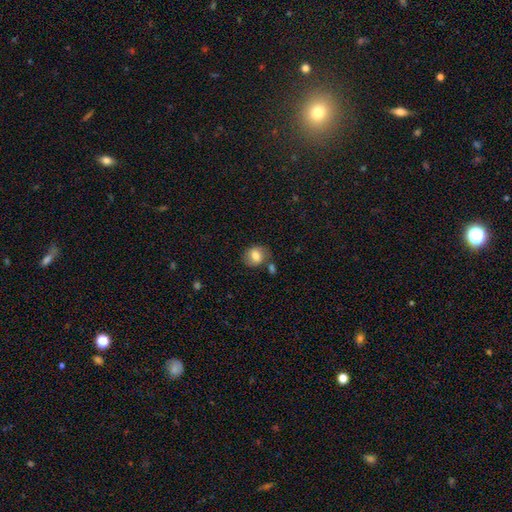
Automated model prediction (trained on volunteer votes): The model was most divided on "how rounded": round: 65%, in between: 34%, cigar-shaped: 1%. More confident: smooth or featured — smooth (73%); merging — none (65%).